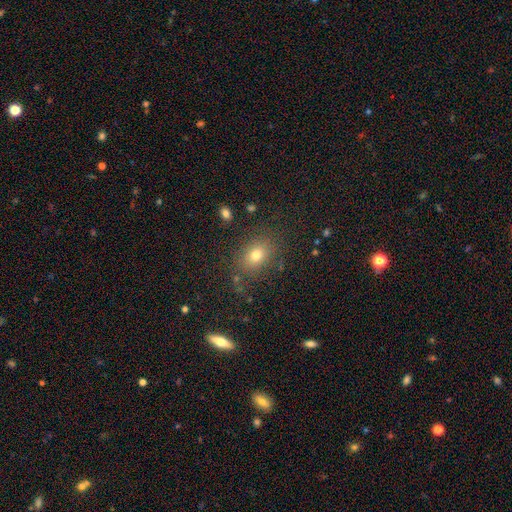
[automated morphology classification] A smooth galaxy with no disk features (75%) that is in between round and cigar-shaped (65%). Merging: none (81%).